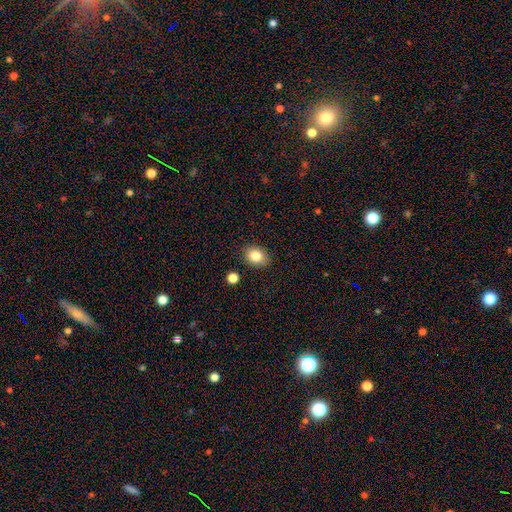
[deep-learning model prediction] The model was most divided on "how rounded": in between: 58%, round: 41%, cigar-shaped: 1%. More confident: merging — none (86%); smooth or featured — smooth (83%).